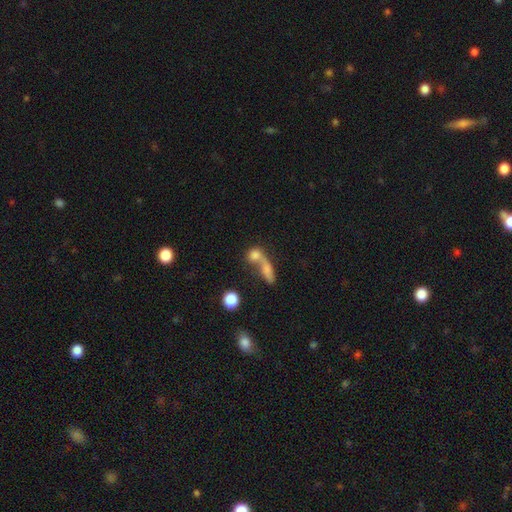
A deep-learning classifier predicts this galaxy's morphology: smooth_or_featured: smooth (p=0.73) [alt: featured or disk p=0.16]
how_rounded: round (p=0.46) [alt: in between p=0.39]
merging: merger (p=0.60) [alt: none p=0.26]